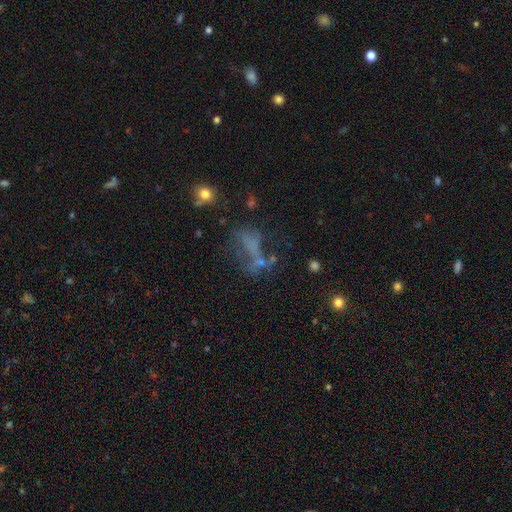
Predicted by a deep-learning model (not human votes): The model was most divided on "smooth or featured": star or artifact: 35%, smooth: 33%, featured or disk: 33%.